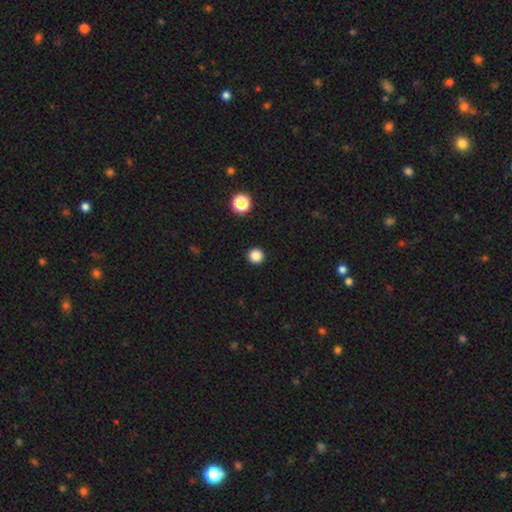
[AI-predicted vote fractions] Morphology: type=smooth (85%); roundness=round (96%); merging=none (94%).